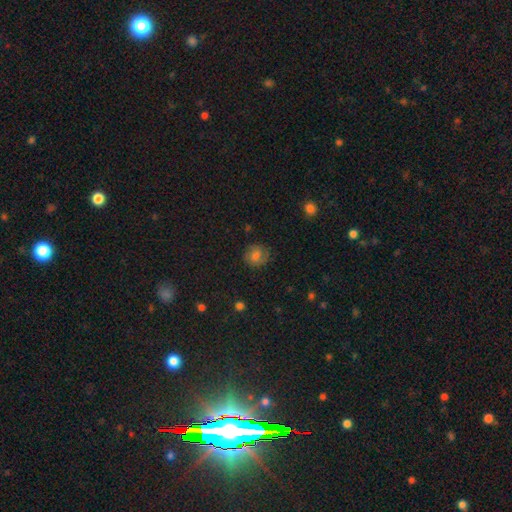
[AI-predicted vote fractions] smooth_or_featured: smooth (p=0.69) [alt: featured or disk p=0.19]
how_rounded: round (p=0.84) [alt: in between p=0.16]
merging: none (p=0.80) [alt: minor disturbance p=0.14]